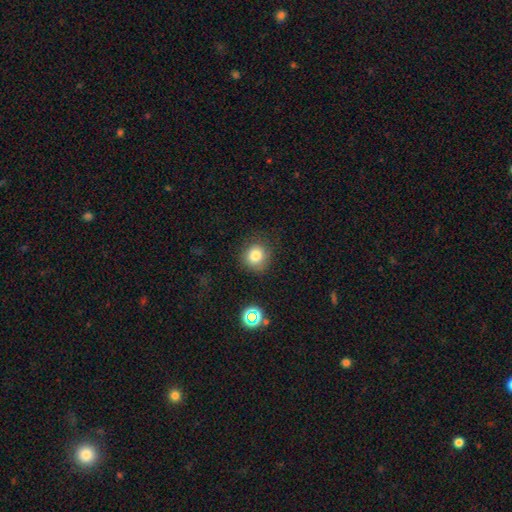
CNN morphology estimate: smooth 81%, star or artifact 13%, featured or disk 7%. Down the decision tree: how rounded — round (85%); merging — none (79%).